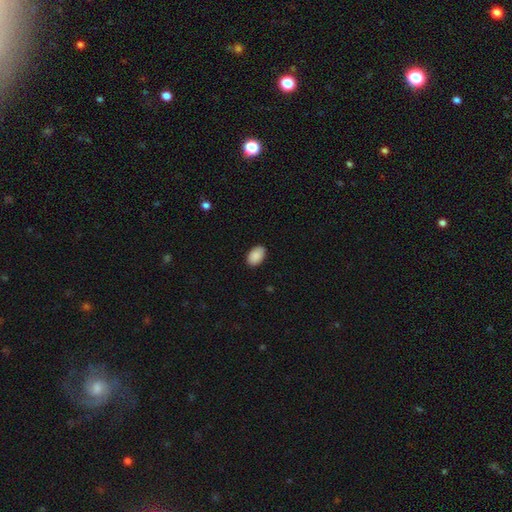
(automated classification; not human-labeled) Smooth or featured: smooth — 91% (star or artifact — 6%)
How rounded: in between — 91% (round — 8%)
Merging: none — 89% (minor disturbance — 9%)